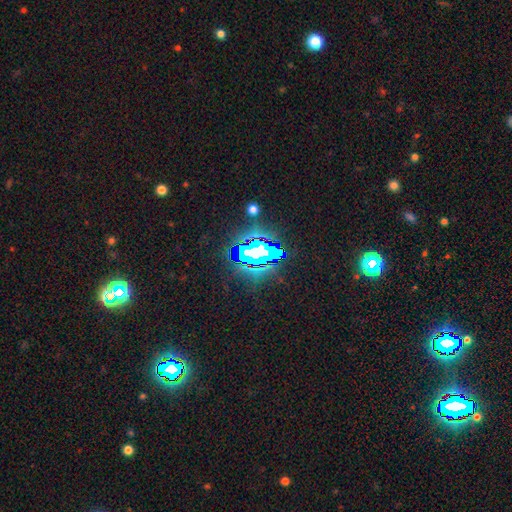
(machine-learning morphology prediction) Smooth or featured?
  - star or artifact: 70% *
  - smooth: 15%
  - featured or disk: 15%